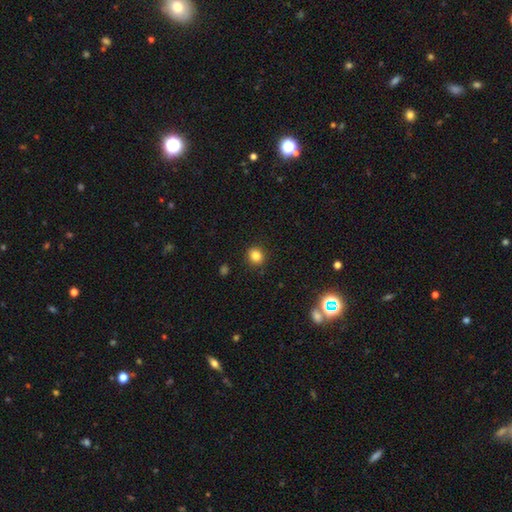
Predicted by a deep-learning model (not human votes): smooth_or_featured: smooth (p=0.84) [alt: star or artifact p=0.11]
how_rounded: round (p=0.79) [alt: in between p=0.20]
merging: none (p=0.90) [alt: minor disturbance p=0.07]